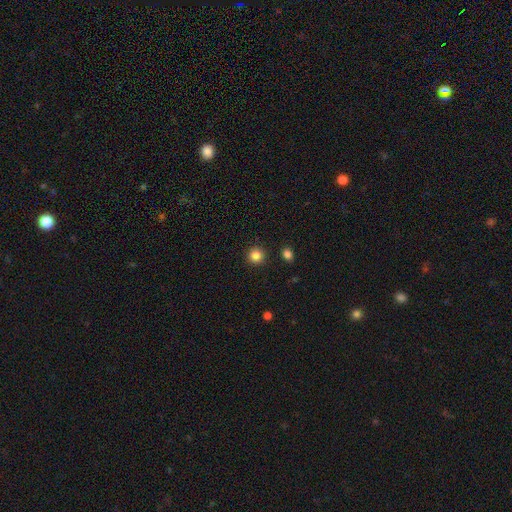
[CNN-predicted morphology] A smooth galaxy with no disk features (84%) that is round (94%).

Vote fractions:
- Smooth or featured? smooth: 84% / star or artifact: 12% / featured or disk: 4%
- How rounded? round: 94% / in between: 5% / cigar-shaped: 1%
- Merging? none: 91% / minor disturbance: 5% / major disturbance: 2% / merger: 2%